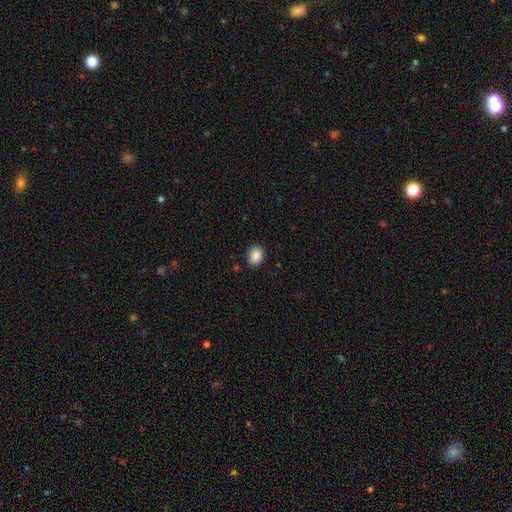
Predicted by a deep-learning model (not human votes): This appears to be a smooth galaxy with no disk features (88%) that is in between round and cigar-shaped (63%). Merging: none (87%).